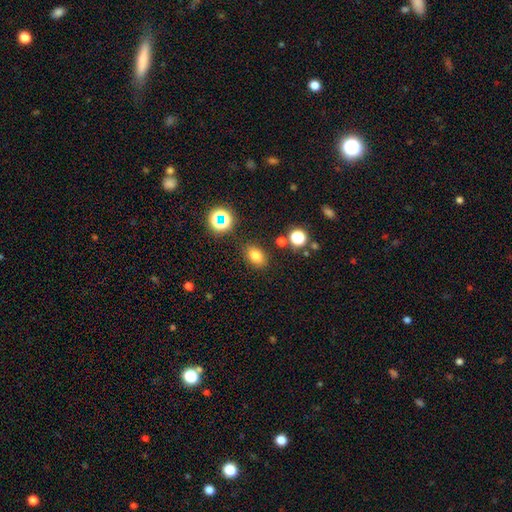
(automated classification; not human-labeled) Smooth or featured? Predicted: smooth (p=0.76). How rounded? Predicted: in between (p=0.68). Merging? Predicted: none (p=0.84).